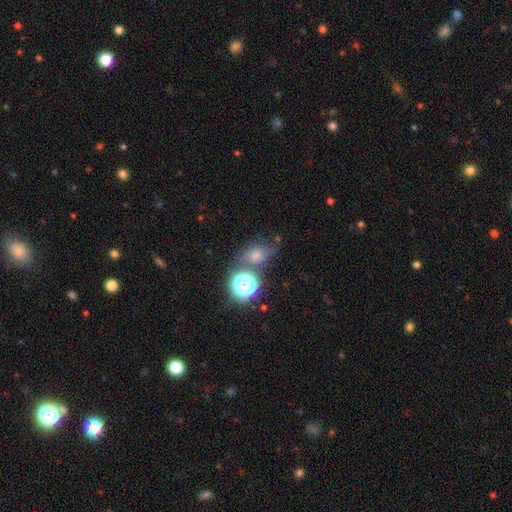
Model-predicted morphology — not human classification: Smooth or featured? Predicted: smooth (p=0.62). How rounded? Predicted: in between (p=0.50). Merging? Predicted: none (p=0.53).